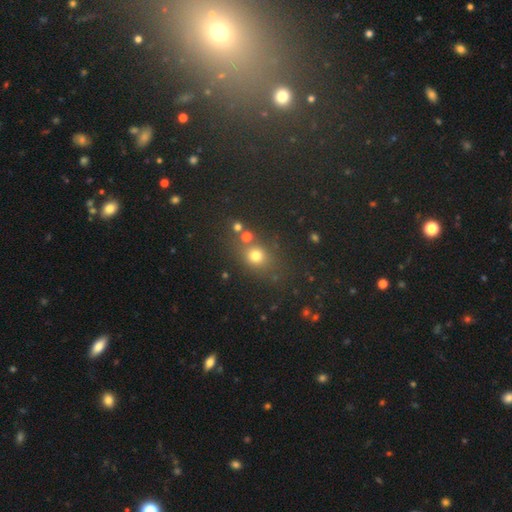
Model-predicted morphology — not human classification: smooth 70%, star or artifact 21%, featured or disk 9%. Down the decision tree: how rounded — round (72%); merging — none (68%).